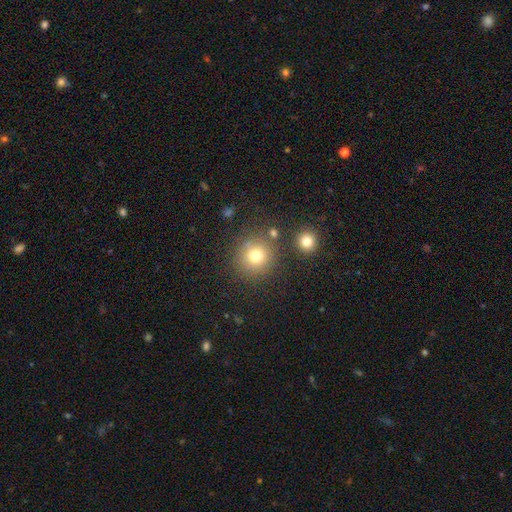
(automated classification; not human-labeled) Smooth or featured? Predicted: smooth (p=0.76). How rounded? Predicted: round (p=0.92). Merging? Predicted: none (p=0.80).